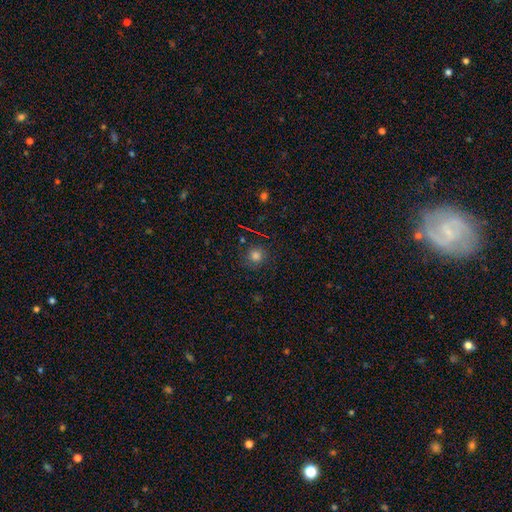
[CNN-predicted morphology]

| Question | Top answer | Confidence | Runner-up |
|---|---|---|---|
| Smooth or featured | smooth | 78% | star or artifact (16%) |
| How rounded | round | 92% | in between (7%) |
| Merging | none | 84% | minor disturbance (10%) |